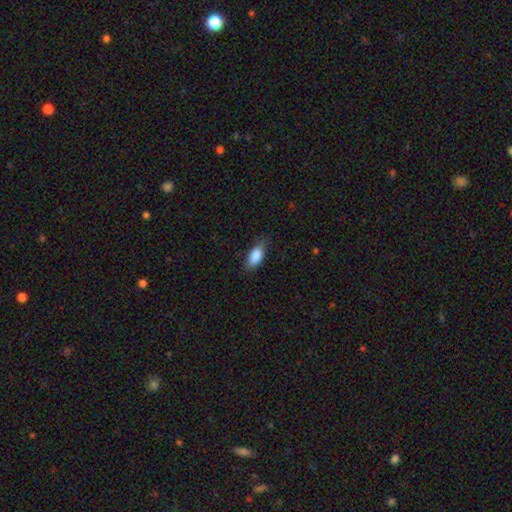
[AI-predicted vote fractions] Q: Smooth or featured?
A: smooth (88%); runner-up: star or artifact (6%)
Q: How rounded?
A: in between (87%); runner-up: cigar-shaped (11%)
Q: Merging?
A: none (75%); runner-up: minor disturbance (20%)